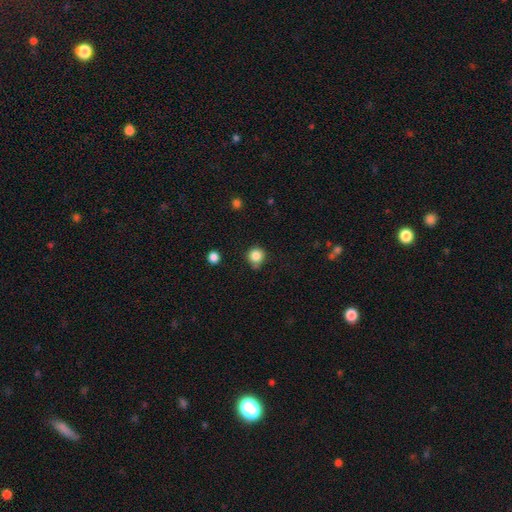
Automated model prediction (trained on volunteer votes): The model was most divided on "merging": none: 72%, minor disturbance: 20%, major disturbance: 4%, merger: 4%. More confident: how rounded — round (92%); smooth or featured — smooth (85%).